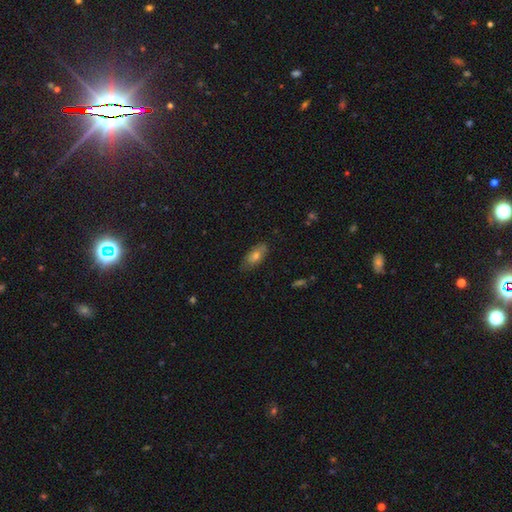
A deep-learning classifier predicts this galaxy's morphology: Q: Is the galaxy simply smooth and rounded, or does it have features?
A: smooth — 70%.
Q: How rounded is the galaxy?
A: in between — 82%.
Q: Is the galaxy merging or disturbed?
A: none — 79%.